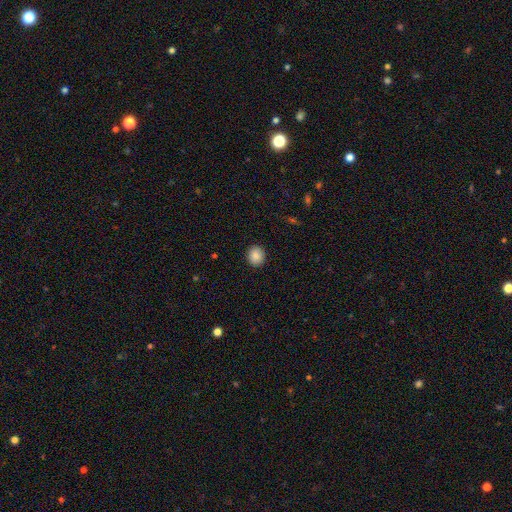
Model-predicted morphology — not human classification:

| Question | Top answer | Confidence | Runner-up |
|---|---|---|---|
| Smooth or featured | smooth | 87% | star or artifact (9%) |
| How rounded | round | 77% | in between (22%) |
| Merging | none | 92% | minor disturbance (6%) |